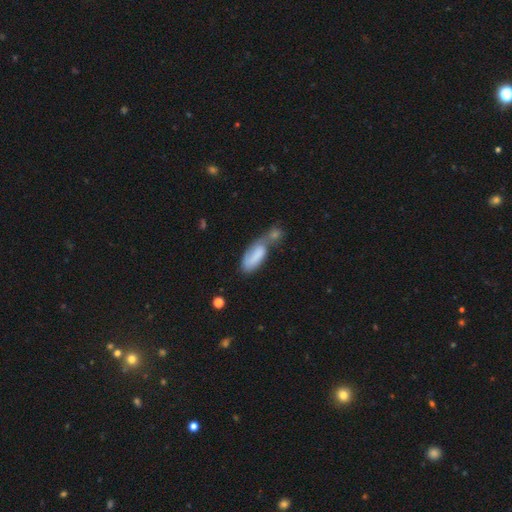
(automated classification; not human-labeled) This is likely a smooth galaxy (75%). How rounded: likely in between (77%). Merging: possibly merger (56%).